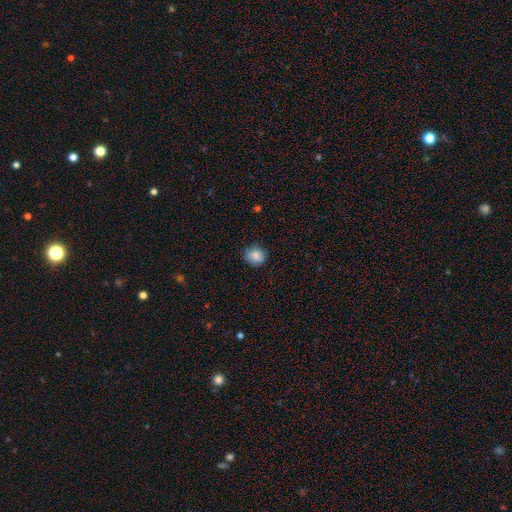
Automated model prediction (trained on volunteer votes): A smooth galaxy with no disk features (85%) that is round (79%). Merging: none (82%).